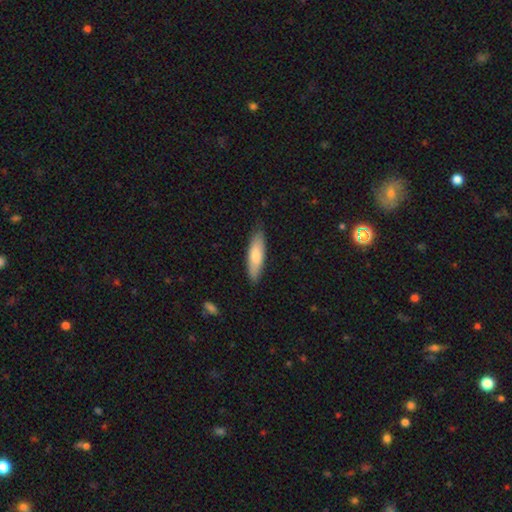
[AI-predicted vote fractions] Smooth or featured? smooth (75%)
How rounded? cigar-shaped (57%)
Merging? none (82%)